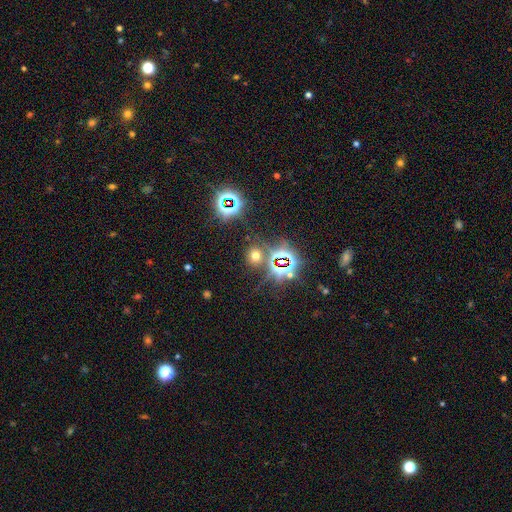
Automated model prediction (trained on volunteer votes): smooth_or_featured: smooth (p=0.48) [alt: star or artifact p=0.44]
merging: none (p=0.80) [alt: minor disturbance p=0.09]